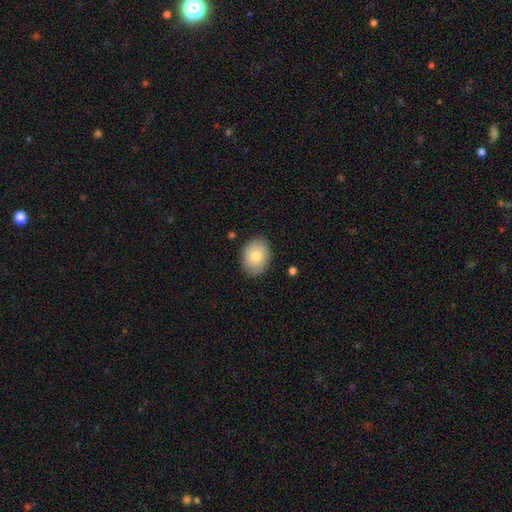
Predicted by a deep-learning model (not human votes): This is clearly a smooth galaxy (80%). How rounded: likely in between (69%). Merging: clearly none (83%).